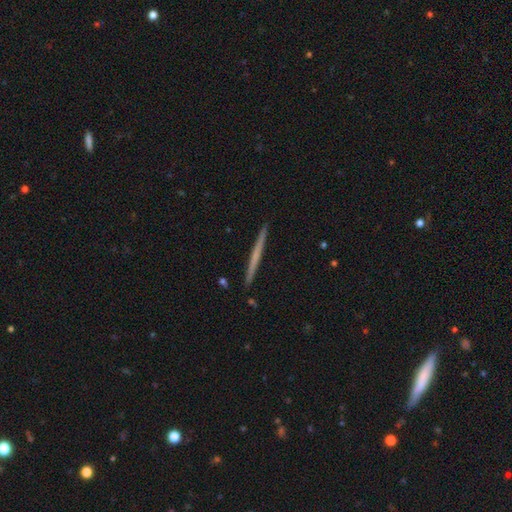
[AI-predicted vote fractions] Smooth or featured: featured or disk — 52% (smooth — 43%)
Edge-on disk: yes — 98% (no — 2%)
Edge-on bulge: none — 88% (rounded — 8%)
Merging: none — 93% (minor disturbance — 5%)